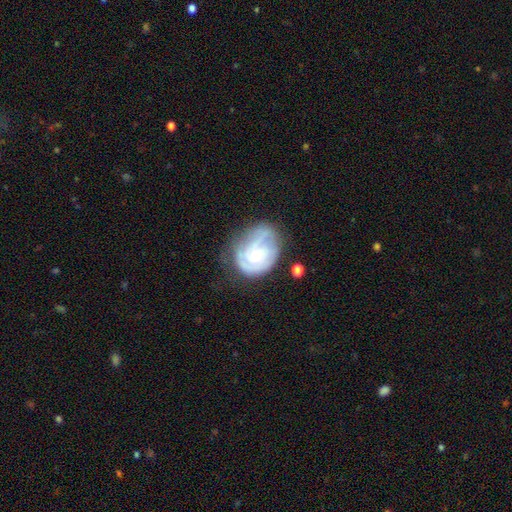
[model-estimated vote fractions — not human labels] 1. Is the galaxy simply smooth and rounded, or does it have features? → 70% featured or disk, 24% smooth, 7% star or artifact.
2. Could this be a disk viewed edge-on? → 97% no, 3% yes.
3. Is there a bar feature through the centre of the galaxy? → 77% no, 20% weak, 3% strong.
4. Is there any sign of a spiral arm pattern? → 81% yes, 19% no.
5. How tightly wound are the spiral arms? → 57% tight, 31% medium, 12% loose.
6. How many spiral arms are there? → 41% can't tell, 23% 2, 19% 3, 9% 1, 5% 4, 3% more than 4.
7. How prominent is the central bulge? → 53% small, 42% moderate, 2% large, 2% none, 1% dominant.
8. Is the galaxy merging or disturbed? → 47% none, 30% minor disturbance, 20% major disturbance, 4% merger.